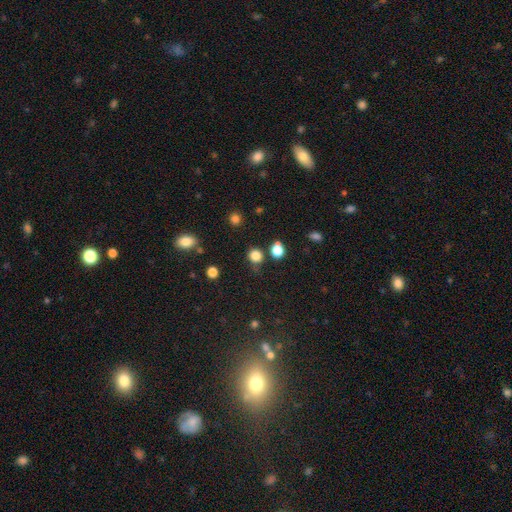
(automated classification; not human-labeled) smooth 81%, star or artifact 14%, featured or disk 5%. Down the decision tree: how rounded — round (85%); merging — none (75%).